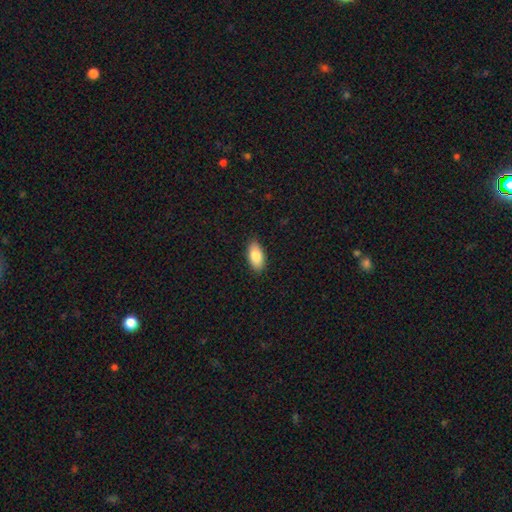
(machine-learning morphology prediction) A smooth galaxy with no disk features (84%) that is in between round and cigar-shaped (92%). Merging: none (89%).